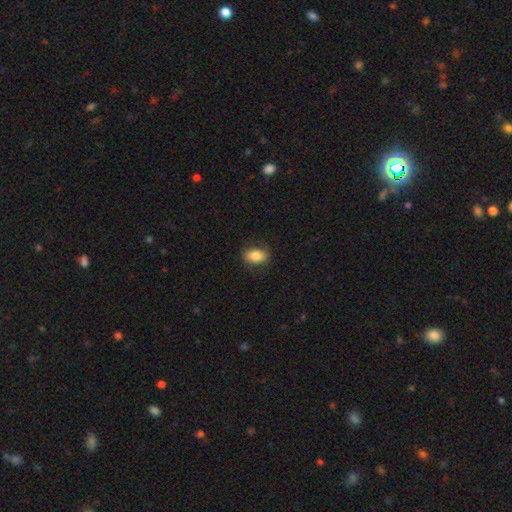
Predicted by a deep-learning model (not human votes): This is clearly a smooth galaxy (83%). How rounded: clearly in between (86%). Merging: clearly none (83%).